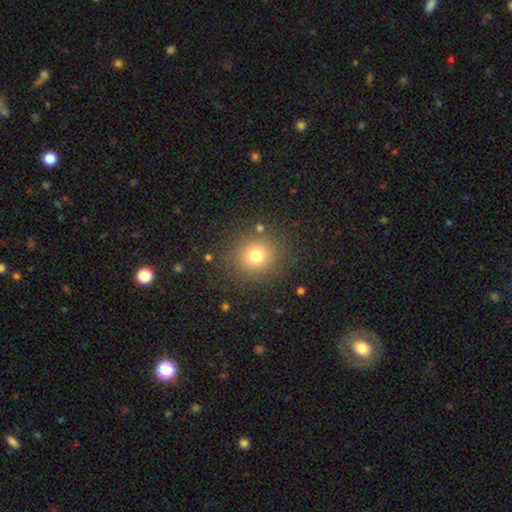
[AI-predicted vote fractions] smooth-or-featured: smooth: 74% | star or artifact: 17% | featured or disk: 9%
  how-rounded: round: 89% | in between: 10% | cigar-shaped: 1%
  merging: none: 86% | minor disturbance: 8% | major disturbance: 4% | merger: 2%